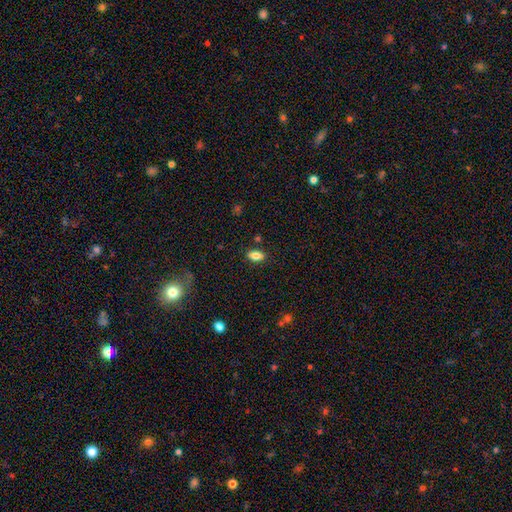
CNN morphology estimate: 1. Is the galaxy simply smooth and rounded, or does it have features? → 79% smooth, 12% featured or disk, 9% star or artifact.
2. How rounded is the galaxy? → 88% in between, 6% cigar-shaped, 6% round.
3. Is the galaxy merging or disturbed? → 85% none, 10% minor disturbance, 3% merger, 2% major disturbance.